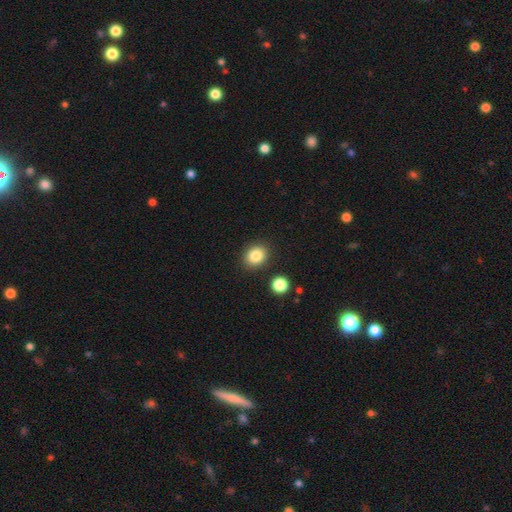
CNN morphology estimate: smooth 84%, star or artifact 10%, featured or disk 6%. Down the decision tree: how rounded — round (56%); merging — none (86%).